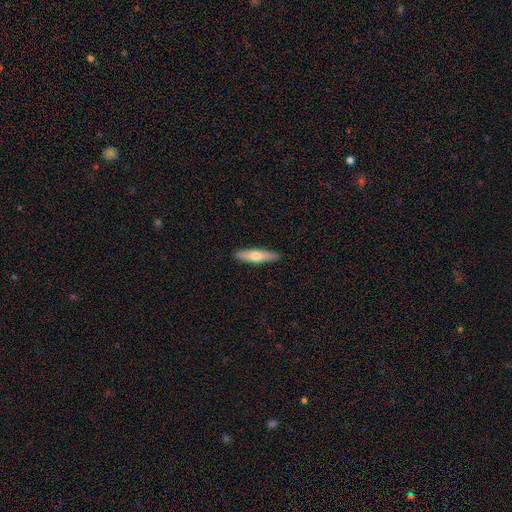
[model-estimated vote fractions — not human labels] Q: Smooth or featured?
A: smooth (63%); runner-up: featured or disk (32%)
Q: How rounded?
A: cigar-shaped (76%); runner-up: in between (23%)
Q: Merging?
A: none (90%); runner-up: minor disturbance (7%)